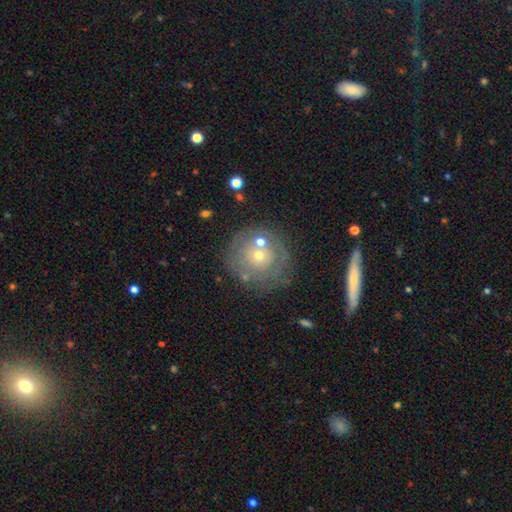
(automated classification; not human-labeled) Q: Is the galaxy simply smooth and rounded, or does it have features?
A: featured or disk — 53%.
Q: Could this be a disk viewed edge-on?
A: no — 91%.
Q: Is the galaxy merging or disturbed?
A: none — 76%.